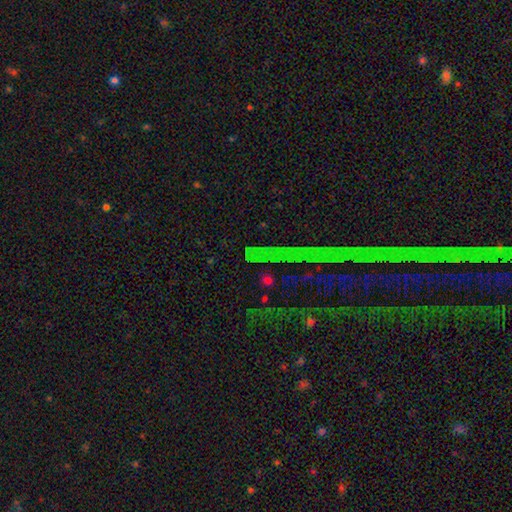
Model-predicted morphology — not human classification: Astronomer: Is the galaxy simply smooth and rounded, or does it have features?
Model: star or artifact — 65%.